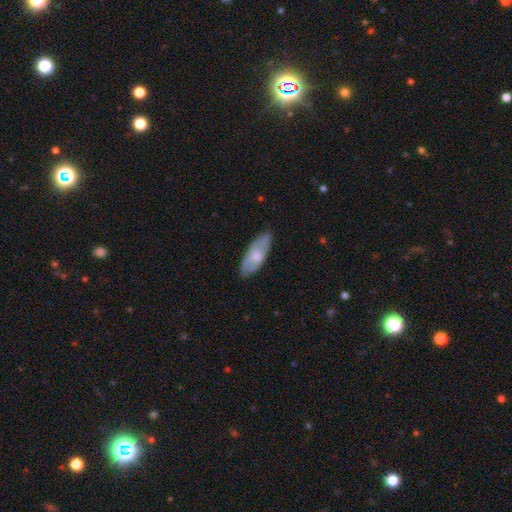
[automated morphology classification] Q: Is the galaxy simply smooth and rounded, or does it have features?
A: smooth — 54%.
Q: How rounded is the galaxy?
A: in between — 76%.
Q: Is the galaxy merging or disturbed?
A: none — 77%.